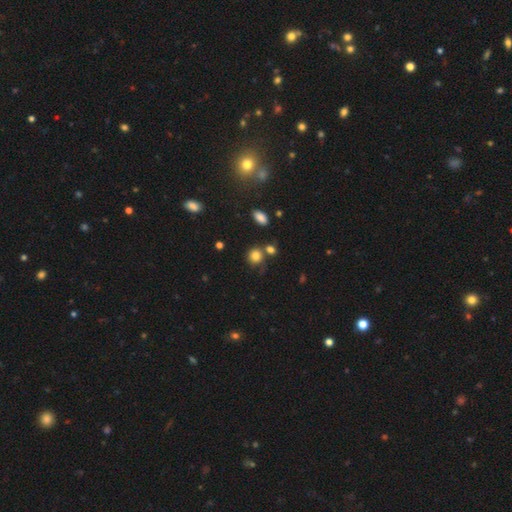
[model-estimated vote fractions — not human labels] Overall: smooth (81%). How rounded: round (85%). Merging: none (68%).